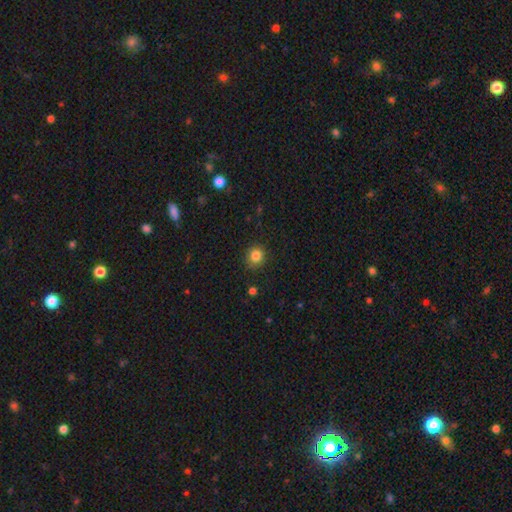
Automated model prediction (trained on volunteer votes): A smooth galaxy with no disk features (83%) that is round (87%). Merging: none (88%).